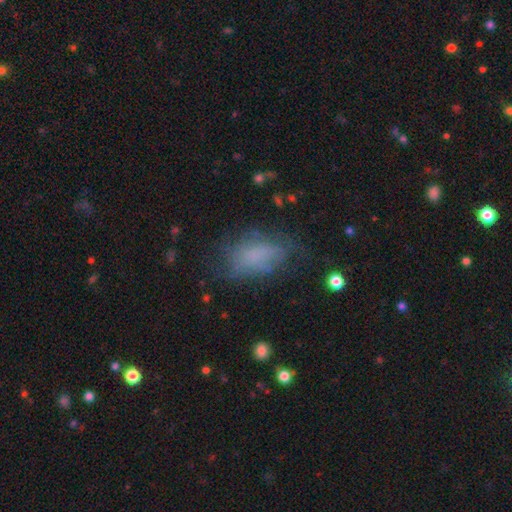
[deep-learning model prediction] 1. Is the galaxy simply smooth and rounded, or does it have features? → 65% smooth, 23% featured or disk, 12% star or artifact.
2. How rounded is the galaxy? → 89% in between, 7% round, 4% cigar-shaped.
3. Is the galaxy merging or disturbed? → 52% none, 28% minor disturbance, 18% major disturbance, 2% merger.